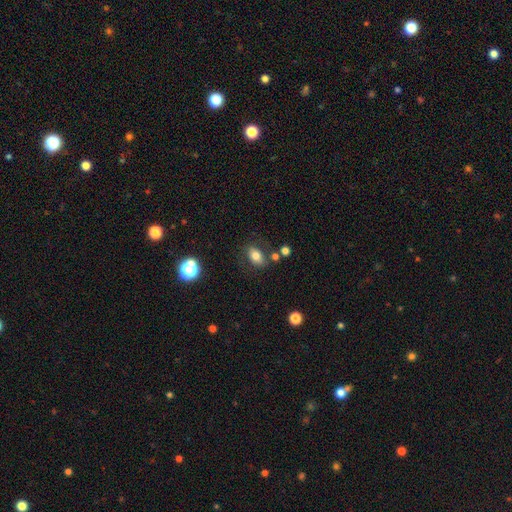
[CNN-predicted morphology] smooth_or_featured: smooth (p=0.73) [alt: featured or disk p=0.16]
how_rounded: in between (p=0.83) [alt: round p=0.14]
merging: none (p=0.74) [alt: minor disturbance p=0.14]